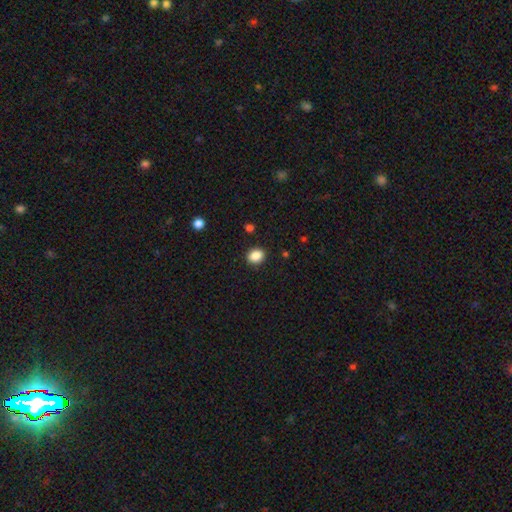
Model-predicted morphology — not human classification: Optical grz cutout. It shows a smooth galaxy with no disk features (88%) that is round (50%, tied with in between). Merging: none (89%).